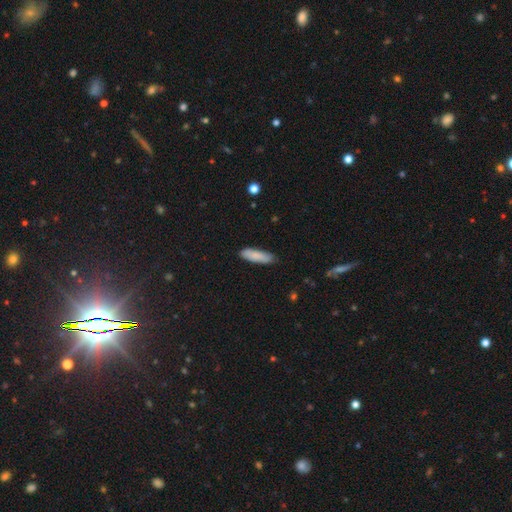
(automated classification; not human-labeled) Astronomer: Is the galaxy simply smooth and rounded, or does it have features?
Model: smooth — 85%.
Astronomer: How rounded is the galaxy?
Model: cigar-shaped — 56% (runner-up: in between, 43%).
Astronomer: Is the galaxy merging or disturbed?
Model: none — 83%.